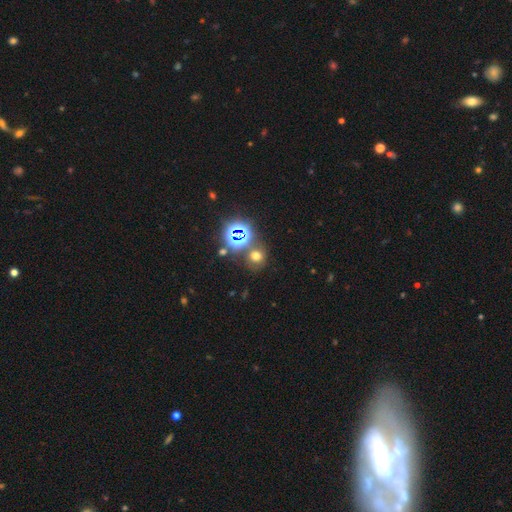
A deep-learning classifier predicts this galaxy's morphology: Smooth or featured?
  - smooth: 56% *
  - star or artifact: 35%
  - featured or disk: 9%
How rounded?
  - round: 79% *
  - in between: 20%
  - cigar-shaped: 1%
Merging?
  - none: 71% *
  - merger: 14%
  - minor disturbance: 11%
  - major disturbance: 5%